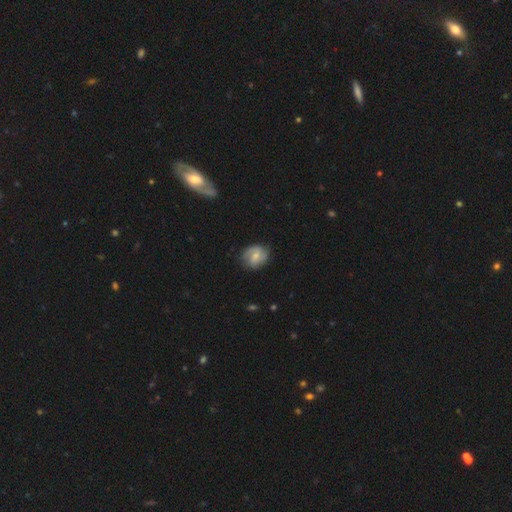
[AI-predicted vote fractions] This appears to be a featured or disk galaxy (50%). Merging: none (73%).